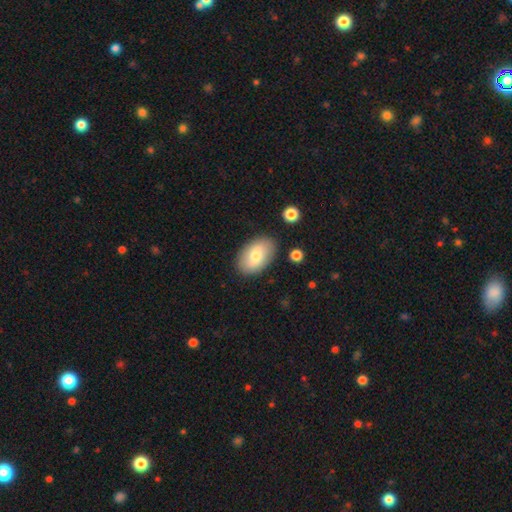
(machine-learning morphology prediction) A smooth galaxy with no disk features (71%) that is in between round and cigar-shaped (92%).

Vote fractions:
- Smooth or featured? smooth: 71% / featured or disk: 22% / star or artifact: 6%
- How rounded? in between: 92% / round: 7% / cigar-shaped: 1%
- Merging? none: 85% / minor disturbance: 10% / major disturbance: 3% / merger: 2%